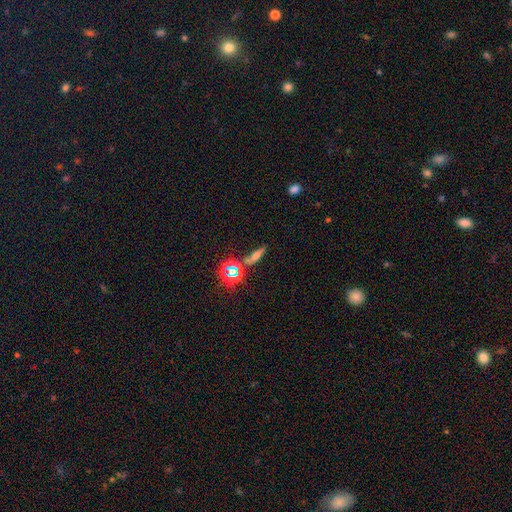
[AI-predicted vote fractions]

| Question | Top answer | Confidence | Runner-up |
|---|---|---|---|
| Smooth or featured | smooth | 42% | featured or disk (31%) |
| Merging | none | 67% | minor disturbance (15%) |